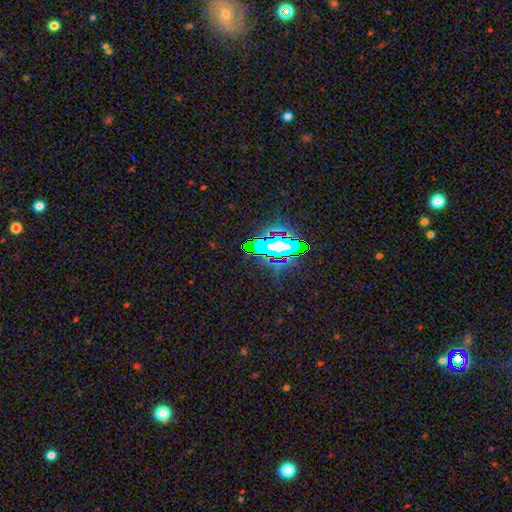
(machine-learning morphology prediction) The model was most divided on "smooth or featured": star or artifact: 78%, smooth: 13%, featured or disk: 9%.